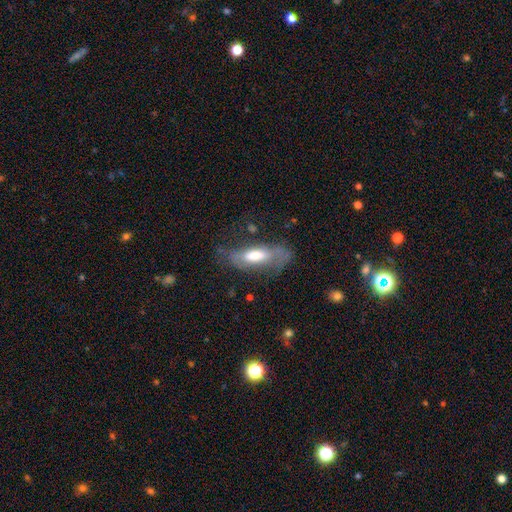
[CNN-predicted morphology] smooth_or_featured: featured or disk (p=0.51) [alt: smooth p=0.41]
disk_edge_on: no (p=0.66) [alt: yes p=0.34]
merging: none (p=0.56) [alt: minor disturbance p=0.25]